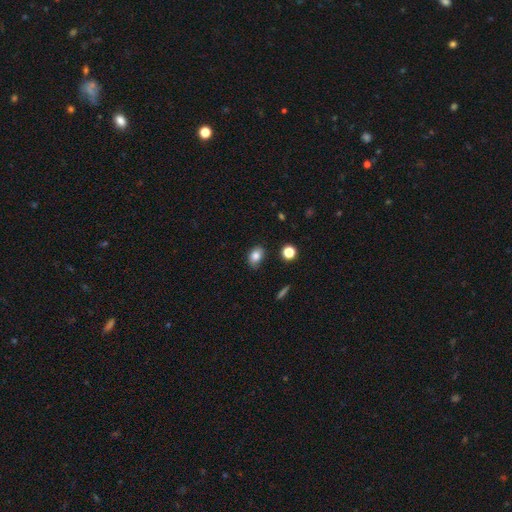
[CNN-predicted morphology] This is clearly a smooth galaxy (82%). How rounded: likely in between (79%). Merging: likely none (79%).